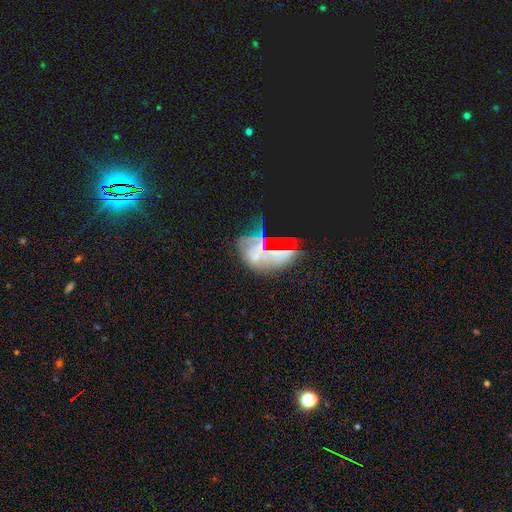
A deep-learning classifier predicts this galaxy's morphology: This is marginally a star or artifact rather than a galaxy (36%).